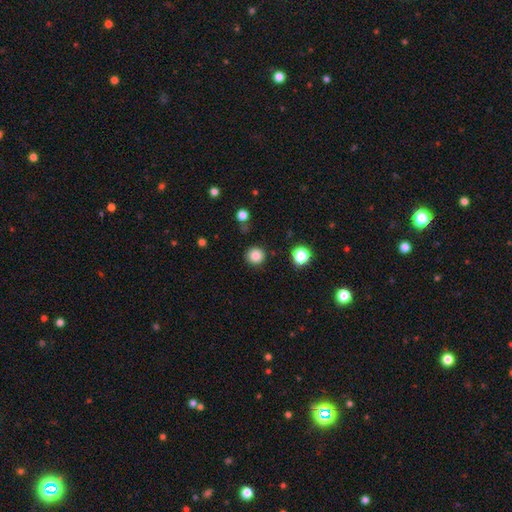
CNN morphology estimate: Q: Smooth or featured?
A: smooth (84%); runner-up: star or artifact (12%)
Q: How rounded?
A: round (95%); runner-up: in between (4%)
Q: Merging?
A: none (89%); runner-up: minor disturbance (7%)